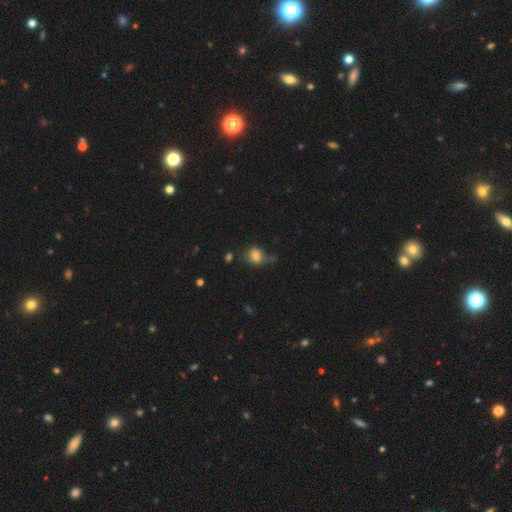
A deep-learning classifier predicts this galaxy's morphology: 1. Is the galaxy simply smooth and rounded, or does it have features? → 74% smooth, 14% featured or disk, 11% star or artifact.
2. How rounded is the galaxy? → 49% round (tied), 49% in between (tied), 1% cigar-shaped.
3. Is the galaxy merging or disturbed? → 47% none, 30% minor disturbance, 16% major disturbance, 7% merger.